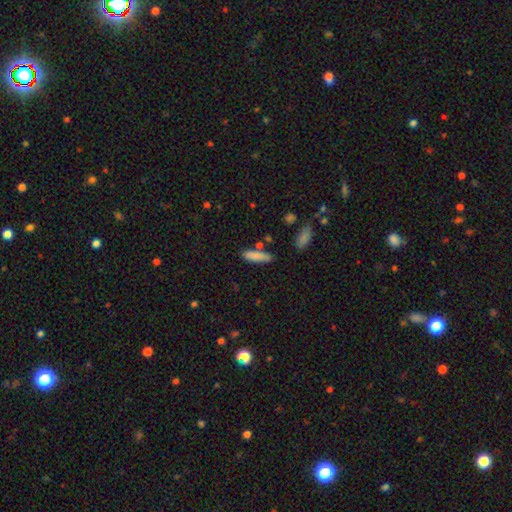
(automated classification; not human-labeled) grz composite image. It shows a smooth galaxy with no disk features (84%) that is cigar-shaped (72%). Merging: none (77%).